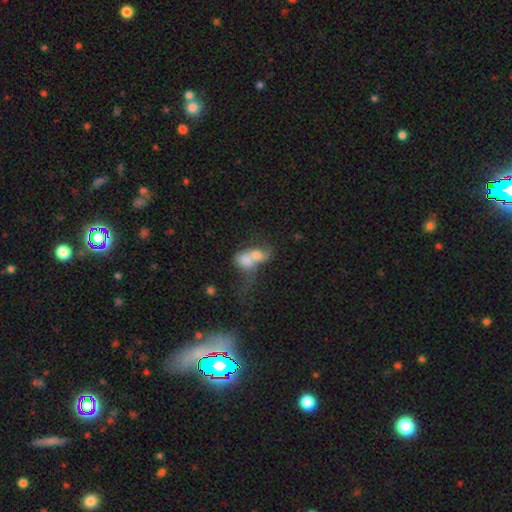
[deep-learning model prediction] A smooth galaxy with no disk features (65%) that is in between round and cigar-shaped (67%). Merging: merger (76%).